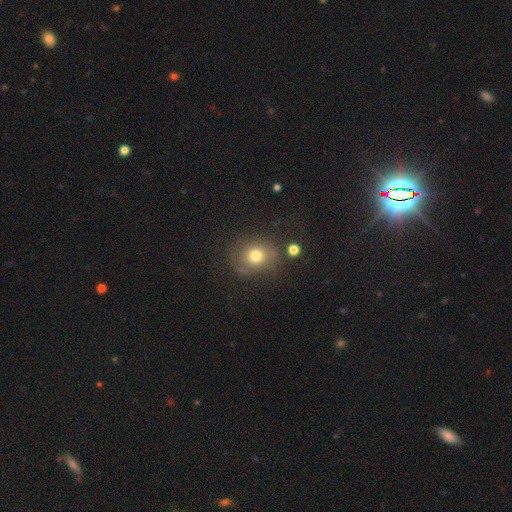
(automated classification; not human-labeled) smooth_or_featured: smooth (p=0.72) [alt: featured or disk p=0.14]
how_rounded: round (p=0.74) [alt: in between p=0.25]
merging: none (p=0.71) [alt: minor disturbance p=0.17]